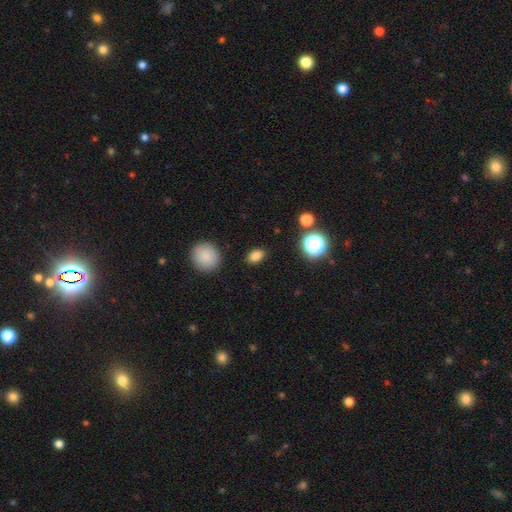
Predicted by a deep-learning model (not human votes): smooth-or-featured: smooth: 81% | star or artifact: 13% | featured or disk: 5%
  how-rounded: in between: 78% | round: 20% | cigar-shaped: 2%
  merging: none: 87% | minor disturbance: 9% | major disturbance: 3% | merger: 2%